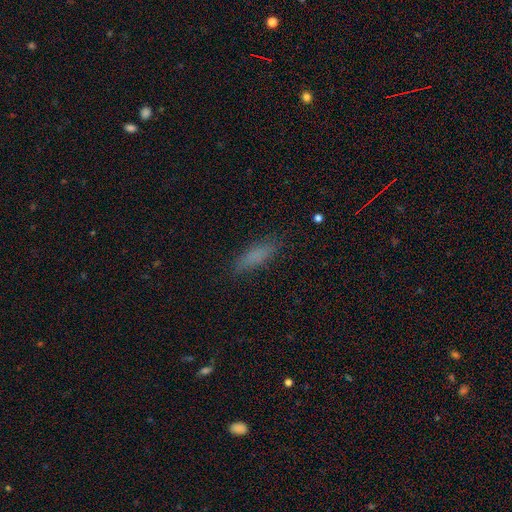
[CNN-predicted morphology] Smooth or featured: smooth — 78% (featured or disk — 11%)
How rounded: cigar-shaped — 59% (in between — 39%)
Merging: none — 81% (minor disturbance — 14%)